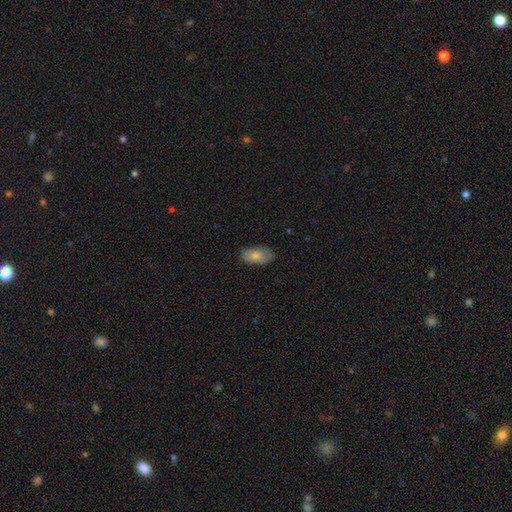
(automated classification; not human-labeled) Smooth or featured: smooth — 80% (featured or disk — 14%)
How rounded: in between — 93% (round — 4%)
Merging: none — 75% (minor disturbance — 20%)